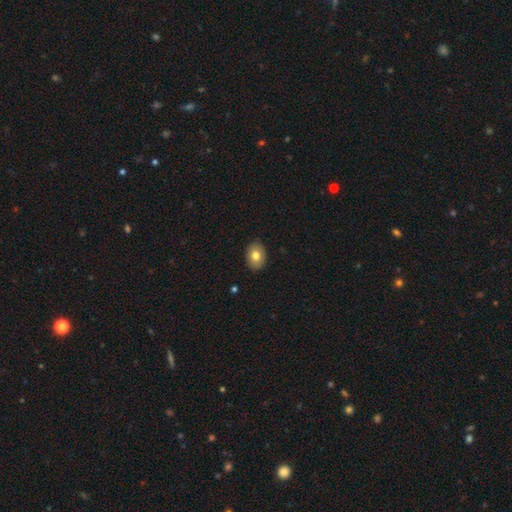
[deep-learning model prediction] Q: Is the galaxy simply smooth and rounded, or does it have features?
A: smooth — 78%.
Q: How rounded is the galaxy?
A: in between — 71%.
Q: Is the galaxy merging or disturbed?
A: none — 89%.